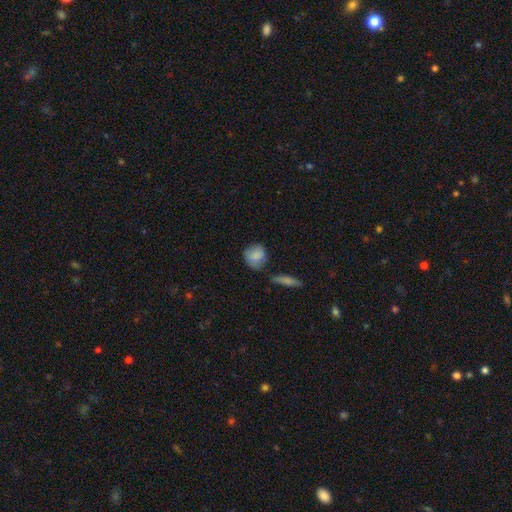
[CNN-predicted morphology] This appears to be a smooth galaxy with no disk features (82%) that is round (71%). Merging: none (60%).